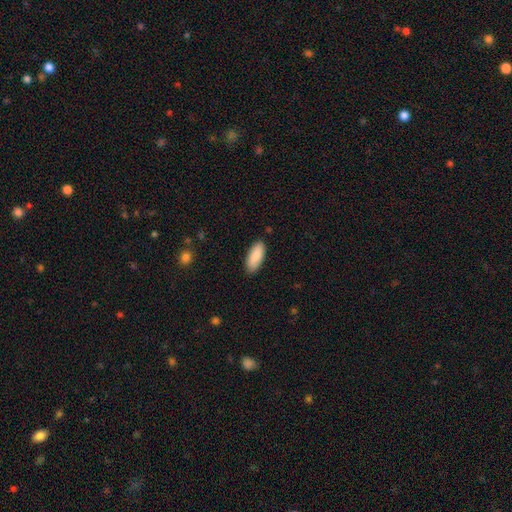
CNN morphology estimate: smooth-or-featured: smooth: 88% | featured or disk: 6% | star or artifact: 6%
  how-rounded: in between: 83% | cigar-shaped: 16% | round: 2%
  merging: none: 87% | minor disturbance: 10% | major disturbance: 2% | merger: 1%